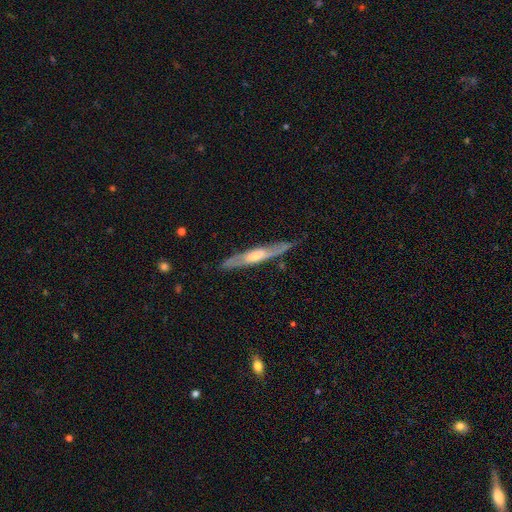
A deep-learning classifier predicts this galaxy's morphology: Q: Smooth or featured?
A: featured or disk (68%); runner-up: smooth (27%)
Q: Edge-on disk?
A: yes (77%); runner-up: no (23%)
Q: Edge-on bulge?
A: rounded (58%); runner-up: none (28%)
Q: Merging?
A: none (80%); runner-up: minor disturbance (15%)